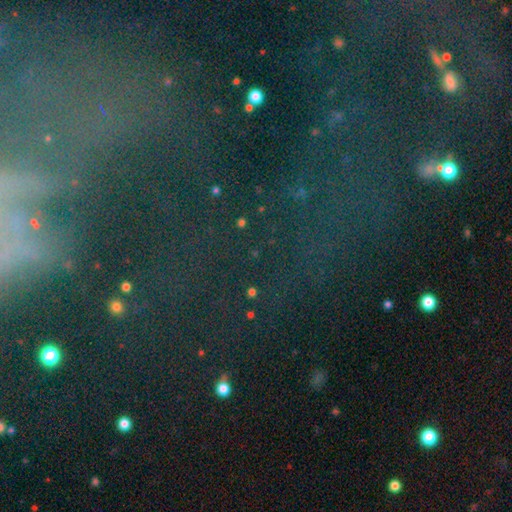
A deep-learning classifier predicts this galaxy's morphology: A star or artifact, not a galaxy (72%).

Vote fractions:
- Smooth or featured? star or artifact: 72% / smooth: 15% / featured or disk: 12%